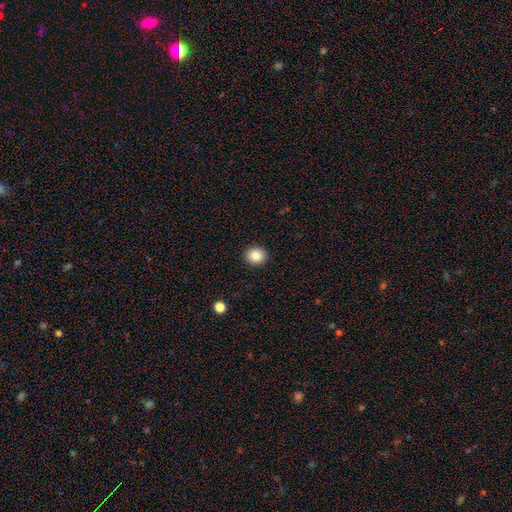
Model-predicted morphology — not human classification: The model was most divided on "how rounded": round: 76%, in between: 24%, cigar-shaped: 1%. More confident: merging — none (92%); smooth or featured — smooth (84%).